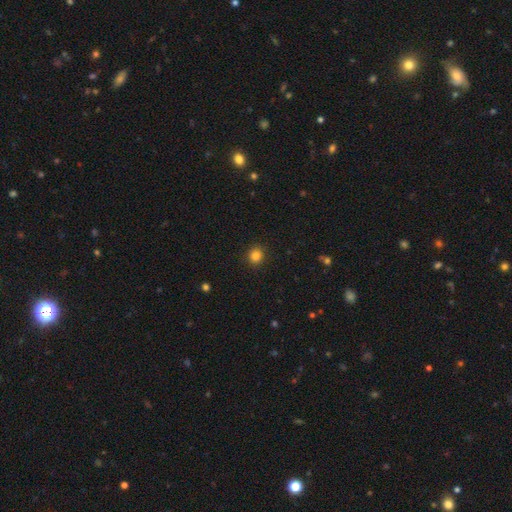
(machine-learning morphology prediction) The model was most divided on "smooth or featured": smooth: 84%, star or artifact: 12%, featured or disk: 4%. More confident: merging — none (91%); how rounded — round (87%).